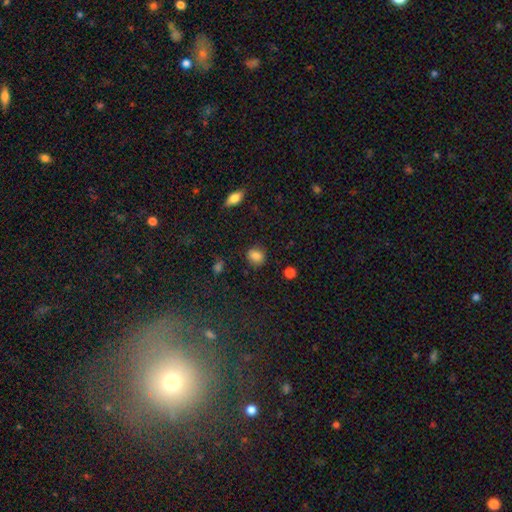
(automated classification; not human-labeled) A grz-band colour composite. It shows a smooth galaxy with no disk features (85%) that is round (60%). Merging: none (83%).